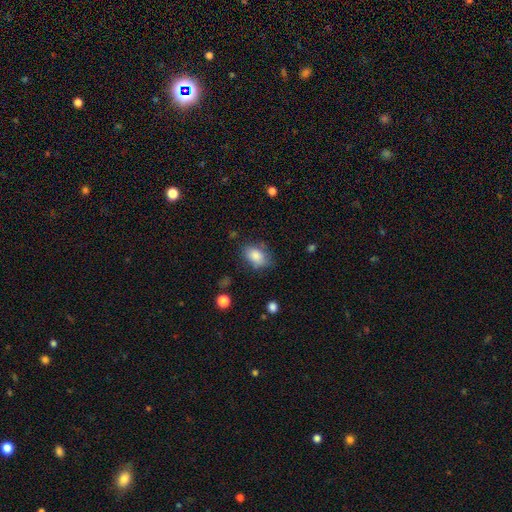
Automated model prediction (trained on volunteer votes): A smooth galaxy with no disk features (84%) that is in between round and cigar-shaped (84%).

Vote fractions:
- Smooth or featured? smooth: 84% / star or artifact: 8% / featured or disk: 8%
- How rounded? in between: 84% / round: 15% / cigar-shaped: 2%
- Merging? none: 74% / minor disturbance: 18% / major disturbance: 5% / merger: 3%